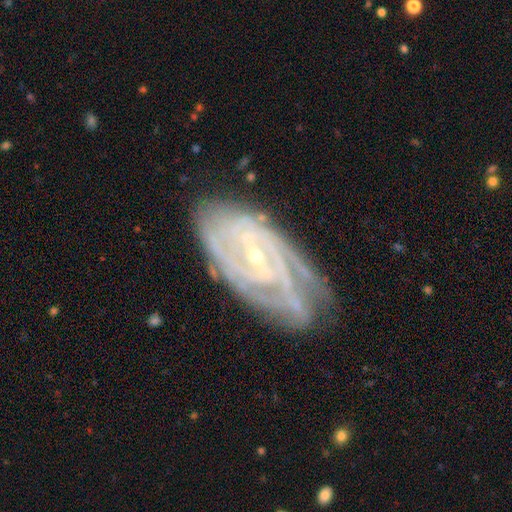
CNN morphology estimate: smooth-or-featured: featured or disk: 87% | smooth: 7% | star or artifact: 7%
  disk-edge-on: no: 94% | yes: 6%
    bar: weak: 43% | no: 33% | strong: 23%
    has-spiral-arms: yes: 95% | no: 5%
      spiral-winding: tight: 66% | medium: 28% | loose: 6%
      spiral-arm-count: can't tell: 30% | 2: 24% | 3: 20% | 4: 14% | more than 4: 7% | 1: 6%
    bulge-size: small: 78% | moderate: 18% | none: 2% | large: 1% | dominant: 1%
  merging: none: 68% | minor disturbance: 22% | major disturbance: 8% | merger: 2%